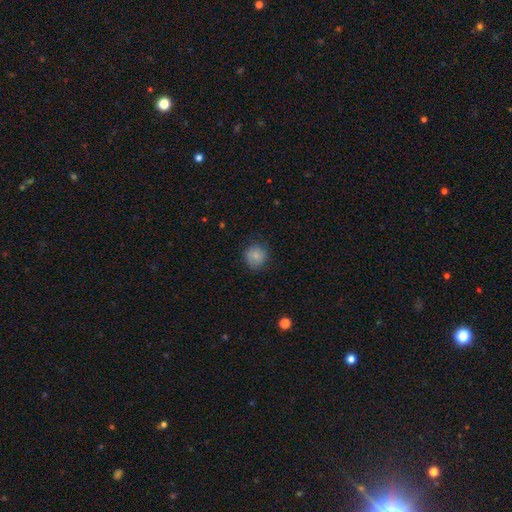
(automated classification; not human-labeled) This appears to be a smooth galaxy with no disk features (76%) that is round (87%). Merging: none (77%).